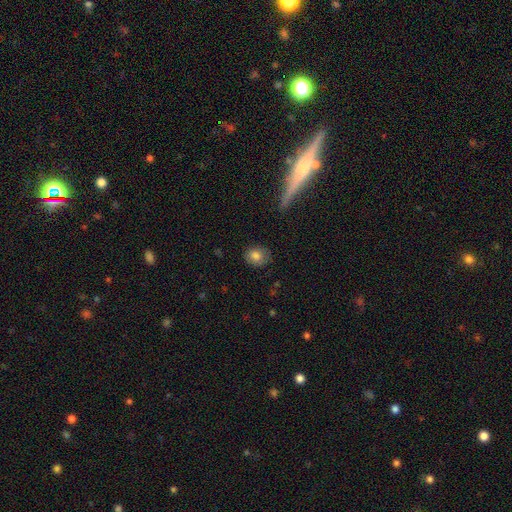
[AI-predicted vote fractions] Smooth or featured? Predicted: smooth (p=0.80). How rounded? Predicted: round (p=0.61). Merging? Predicted: none (p=0.80).